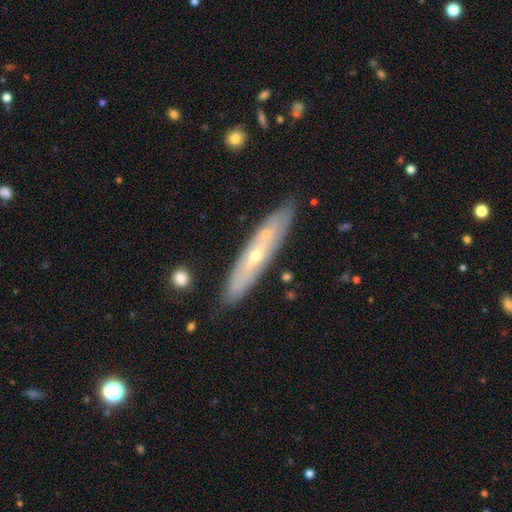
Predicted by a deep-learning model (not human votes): Overall: featured or disk (66%; smooth 27%). Edge-on disk: yes (57%; no 43%). Merging: none (83%).